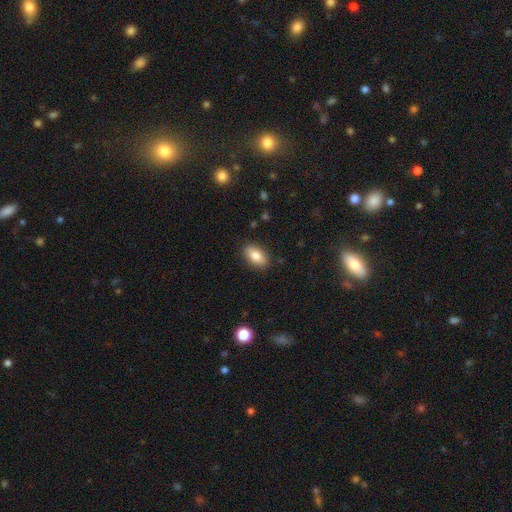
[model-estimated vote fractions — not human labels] Smooth or featured?
  - smooth: 83% *
  - featured or disk: 10%
  - star or artifact: 7%
How rounded?
  - in between: 91% *
  - round: 6%
  - cigar-shaped: 4%
Merging?
  - none: 87% *
  - minor disturbance: 9%
  - major disturbance: 2%
  - merger: 1%